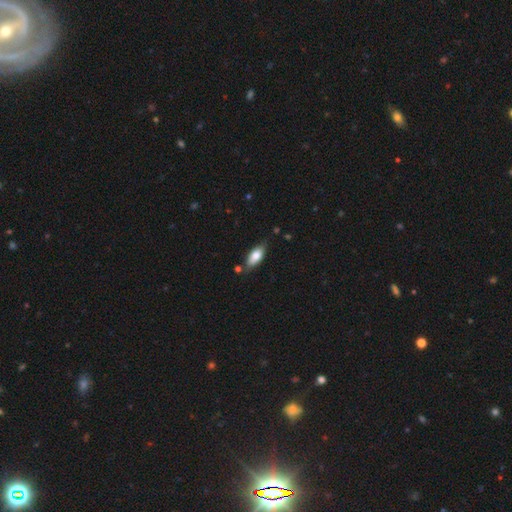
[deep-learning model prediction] Smooth or featured?
  - smooth: 78% *
  - featured or disk: 16%
  - star or artifact: 6%
How rounded?
  - in between: 84% *
  - cigar-shaped: 14%
  - round: 2%
Merging?
  - none: 74% *
  - minor disturbance: 18%
  - merger: 5%
  - major disturbance: 3%